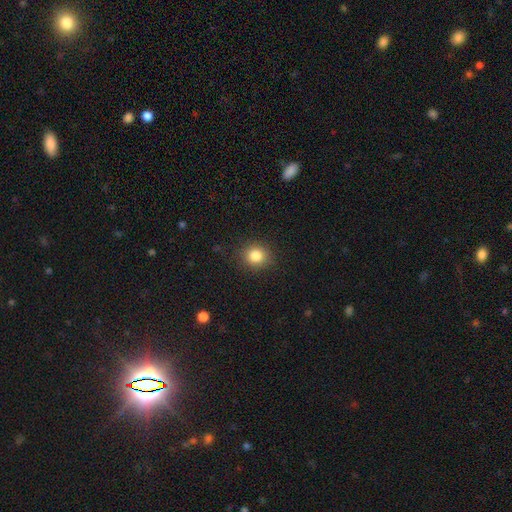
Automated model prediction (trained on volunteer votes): The model was most divided on "how rounded": round: 81%, in between: 18%, cigar-shaped: 1%. More confident: merging — none (88%); smooth or featured — smooth (84%).